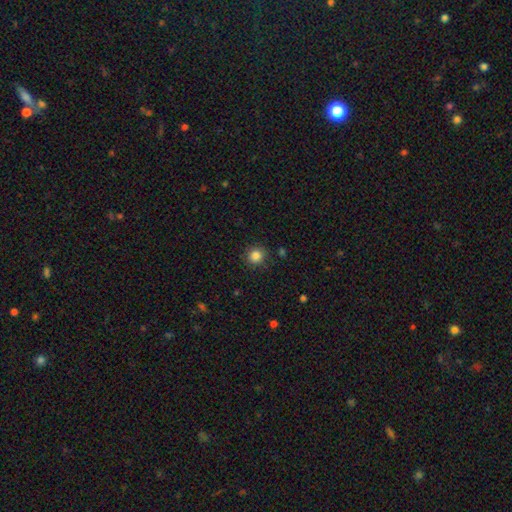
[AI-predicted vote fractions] Smooth or featured?
  - smooth: 85% *
  - star or artifact: 11%
  - featured or disk: 4%
How rounded?
  - round: 90% *
  - in between: 9%
  - cigar-shaped: 1%
Merging?
  - none: 87% *
  - minor disturbance: 8%
  - major disturbance: 3%
  - merger: 2%